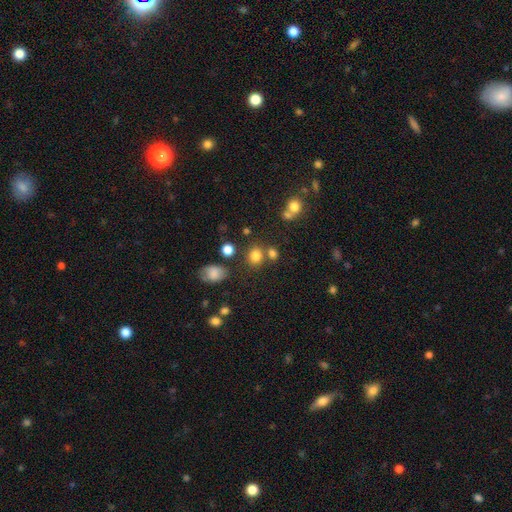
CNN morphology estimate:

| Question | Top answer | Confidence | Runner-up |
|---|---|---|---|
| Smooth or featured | smooth | 79% | star or artifact (14%) |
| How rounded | round | 72% | in between (27%) |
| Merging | none | 68% | merger (16%) |